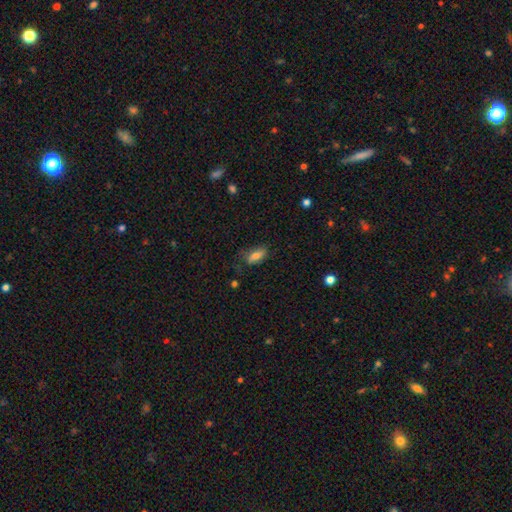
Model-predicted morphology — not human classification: Smooth or featured?
  - smooth: 75% *
  - featured or disk: 17%
  - star or artifact: 8%
How rounded?
  - in between: 80% *
  - cigar-shaped: 16%
  - round: 3%
Merging?
  - none: 63% *
  - minor disturbance: 26%
  - major disturbance: 9%
  - merger: 2%